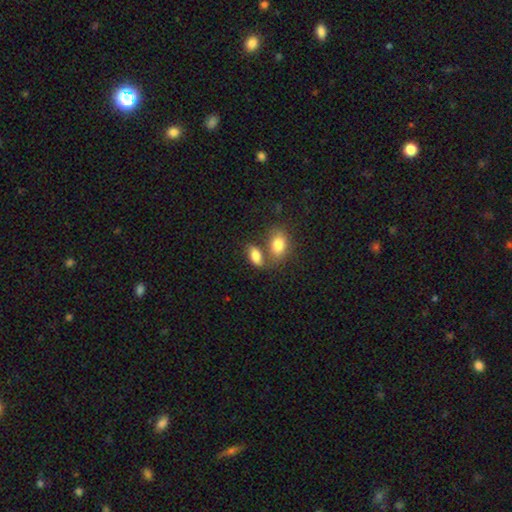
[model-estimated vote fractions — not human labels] smooth_or_featured: smooth (p=0.82) [alt: featured or disk p=0.10]
how_rounded: in between (p=0.90) [alt: round p=0.07]
merging: none (p=0.42) [tied with: merger p=0.42]